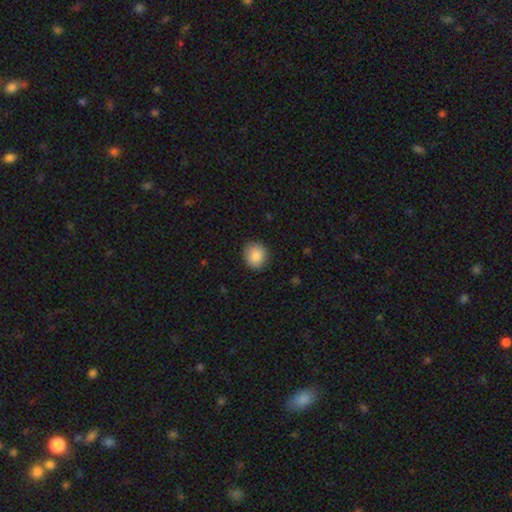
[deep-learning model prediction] Smooth or featured? smooth (88%)
How rounded? round (85%)
Merging? none (89%)